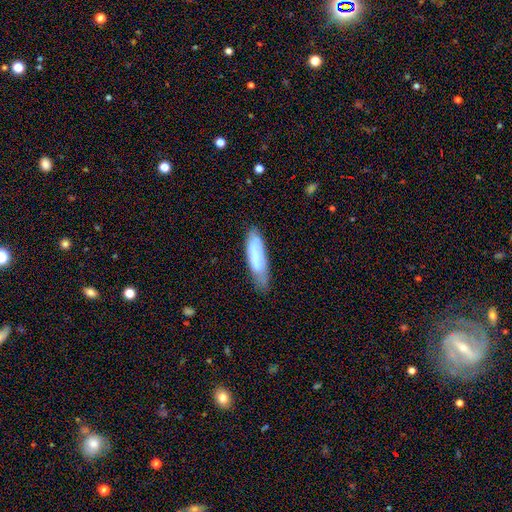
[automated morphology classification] This appears to be a smooth galaxy with no disk features (67%) that is cigar-shaped (63%). Merging: none (60%).